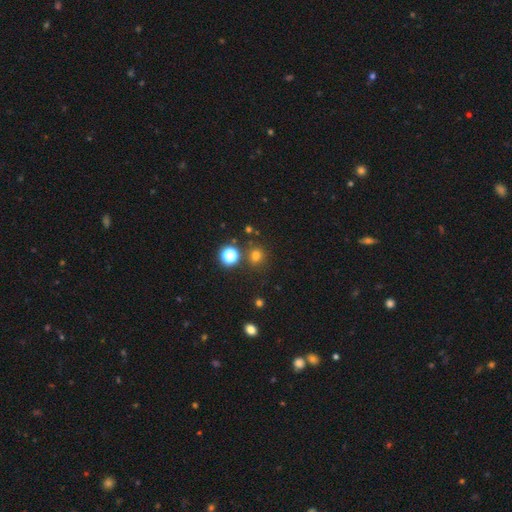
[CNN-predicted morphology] A smooth galaxy with no disk features (71%) that is round (78%).

Vote fractions:
- Smooth or featured? smooth: 71% / star or artifact: 23% / featured or disk: 6%
- How rounded? round: 78% / in between: 21% / cigar-shaped: 1%
- Merging? none: 80% / minor disturbance: 10% / merger: 7% / major disturbance: 4%